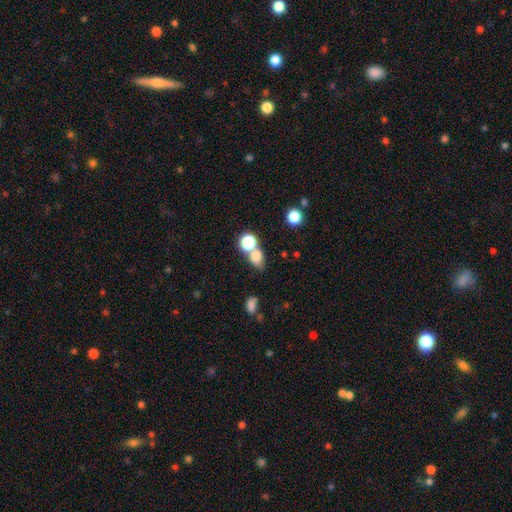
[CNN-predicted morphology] type=smooth (74%); roundness=in between (55%); merging=merger (42%, tied with none).